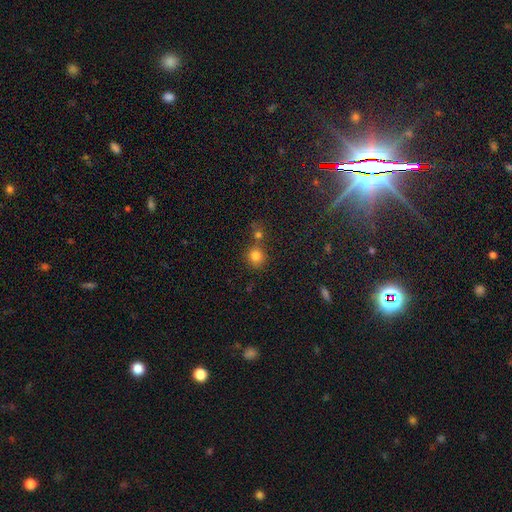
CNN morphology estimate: Smooth or featured? Predicted: smooth (p=0.79). How rounded? Predicted: round (p=0.88). Merging? Predicted: none (p=0.66).